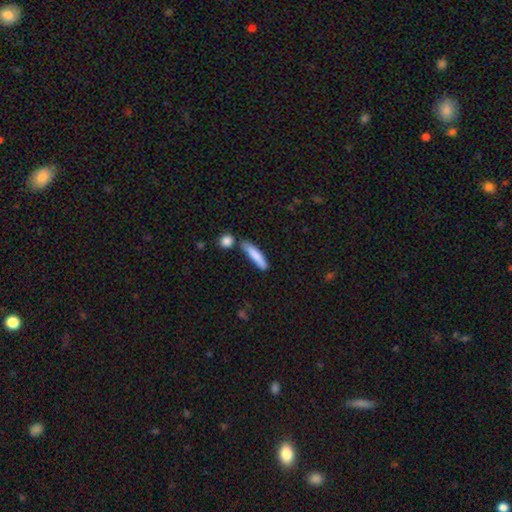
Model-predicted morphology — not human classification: A smooth galaxy with no disk features (82%) that is cigar-shaped (84%). Merging: none (70%).